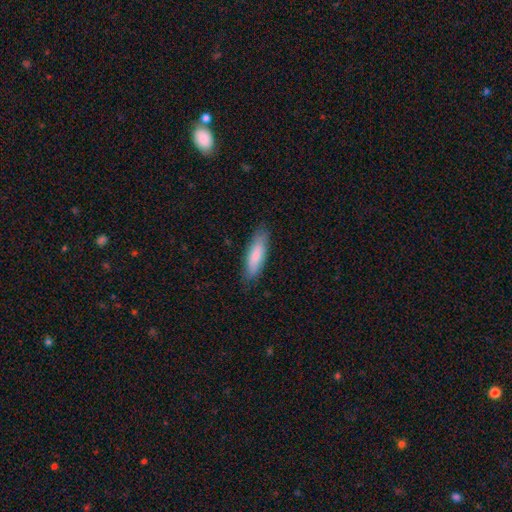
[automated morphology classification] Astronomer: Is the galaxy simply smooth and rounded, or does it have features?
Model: smooth — 80%.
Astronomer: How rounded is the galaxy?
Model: cigar-shaped — 62% (runner-up: in between, 37%).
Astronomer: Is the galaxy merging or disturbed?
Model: none — 83%.